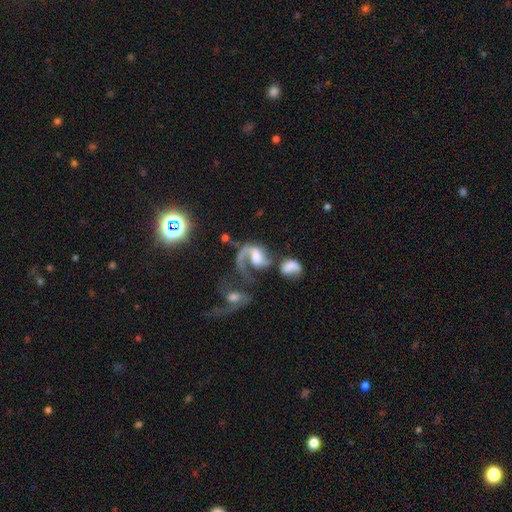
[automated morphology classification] Smooth or featured? Predicted: featured or disk (p=0.75). Edge-on disk? Predicted: no (p=0.97). Bar? Predicted: weak (p=0.40). Spiral arms? Predicted: yes (p=0.89). Spiral winding? Predicted: loose (p=0.52). Spiral arm count? Predicted: 1 (p=0.51). Bulge size? Predicted: moderate (p=0.44). Merging? Predicted: merger (p=0.44).